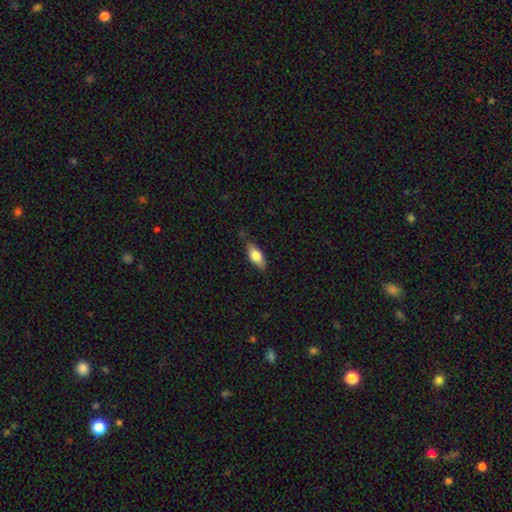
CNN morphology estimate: smooth 71%, featured or disk 23%, star or artifact 6%. Down the decision tree: how rounded — in between (80%); merging — none (74%).